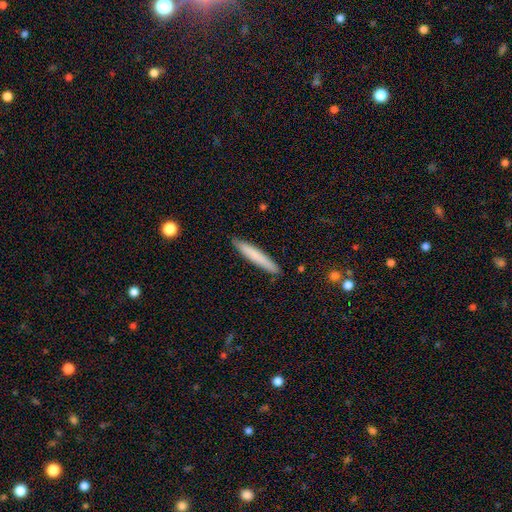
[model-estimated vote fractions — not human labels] Smooth or featured?
  - smooth: 76% *
  - featured or disk: 19%
  - star or artifact: 6%
How rounded?
  - cigar-shaped: 95% *
  - in between: 4%
  - round: 1%
Merging?
  - none: 90% *
  - minor disturbance: 8%
  - major disturbance: 1%
  - merger: 1%